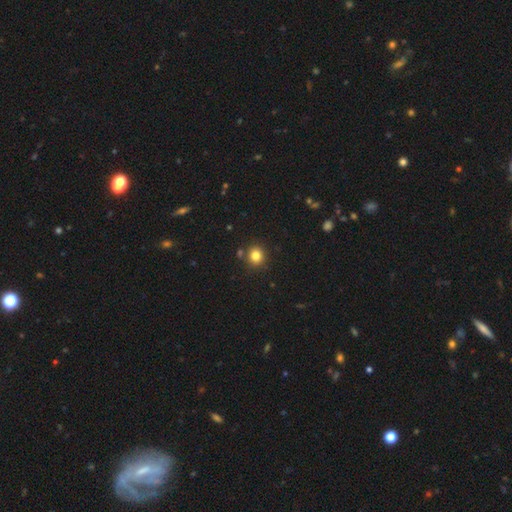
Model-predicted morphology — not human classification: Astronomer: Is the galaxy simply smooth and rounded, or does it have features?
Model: smooth — 82%.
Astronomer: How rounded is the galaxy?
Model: round — 80%.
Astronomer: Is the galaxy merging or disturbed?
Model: none — 82%.